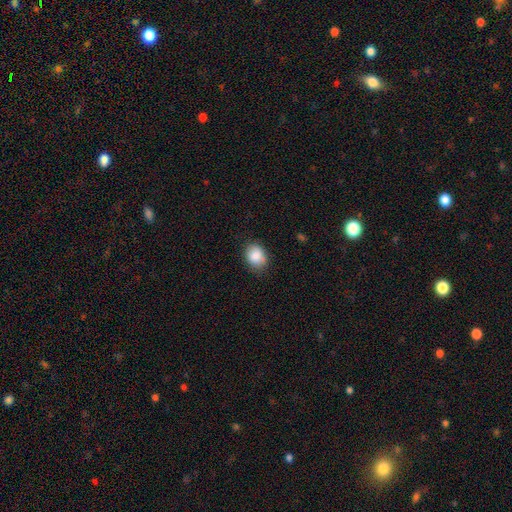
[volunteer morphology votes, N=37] This appears to be a smooth galaxy with no disk features (95%) that is in between round and cigar-shaped (51%). Merging: none (89%).